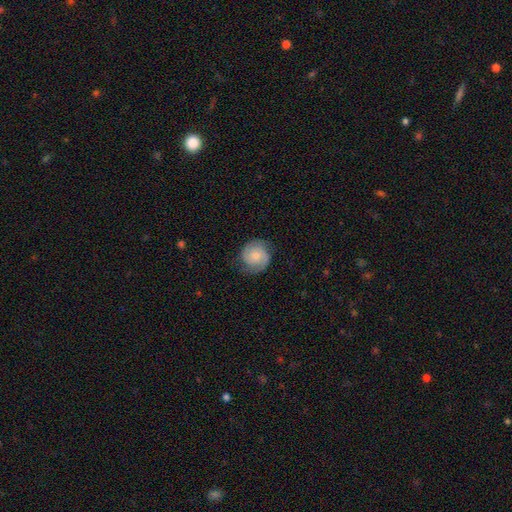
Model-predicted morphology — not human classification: smooth-or-featured: featured or disk: 65% | smooth: 28% | star or artifact: 7%
  disk-edge-on: no: 98% | yes: 2%
    bar: no: 74% | weak: 22% | strong: 4%
    has-spiral-arms: yes: 94% | no: 6%
      spiral-winding: tight: 50% | medium: 39% | loose: 11%
      spiral-arm-count: 2: 82% | can't tell: 8% | 3: 5% | 1: 2% | 4: 2% | more than 4: 1%
    bulge-size: small: 54% | moderate: 35% | none: 6% | large: 3% | dominant: 1%
  merging: none: 77% | minor disturbance: 17% | major disturbance: 5% | merger: 1%